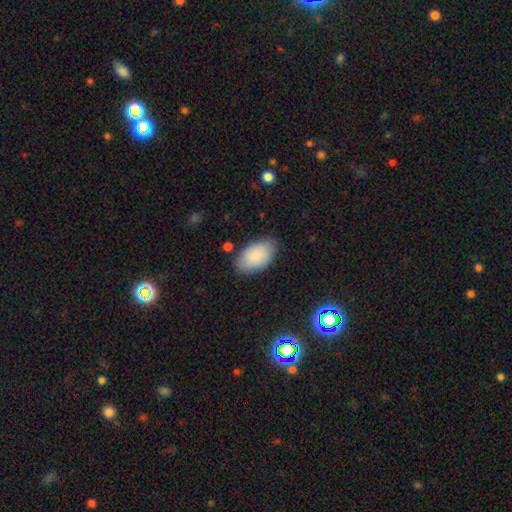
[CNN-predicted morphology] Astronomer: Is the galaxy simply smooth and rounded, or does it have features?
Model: smooth — 86%.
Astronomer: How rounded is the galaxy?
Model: in between — 95%.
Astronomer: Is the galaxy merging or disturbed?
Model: none — 82%.